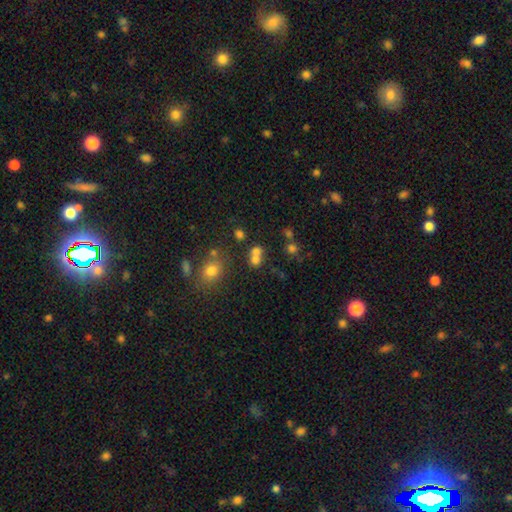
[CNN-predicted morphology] Overall: smooth (67%). How rounded: round (70%). Merging: merger (52%; none 36%).